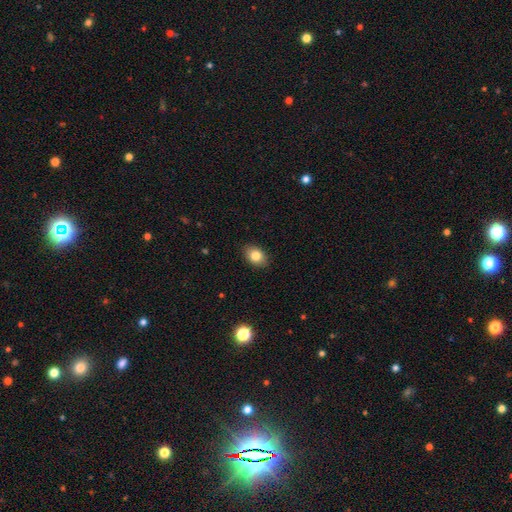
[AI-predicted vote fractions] smooth_or_featured: smooth (p=0.83) [alt: star or artifact p=0.09]
how_rounded: in between (p=0.76) [alt: round p=0.23]
merging: none (p=0.88) [alt: minor disturbance p=0.09]